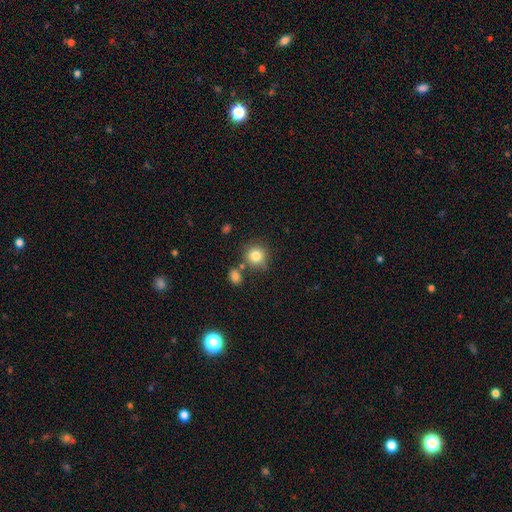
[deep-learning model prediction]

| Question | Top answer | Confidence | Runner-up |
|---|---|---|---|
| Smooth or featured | smooth | 82% | star or artifact (11%) |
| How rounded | round | 89% | in between (10%) |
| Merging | none | 73% | merger (12%) |